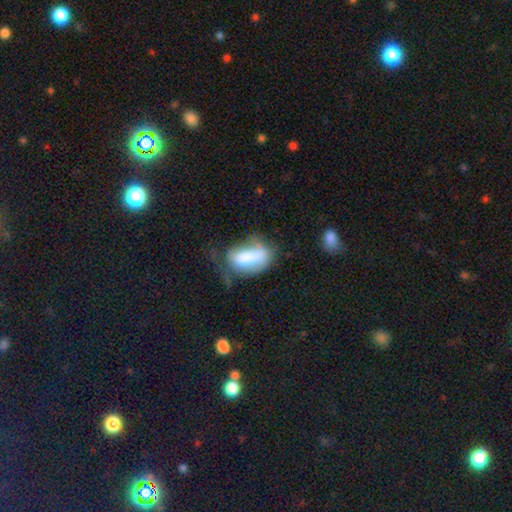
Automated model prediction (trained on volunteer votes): Q: Smooth or featured?
A: smooth (66%); runner-up: featured or disk (26%)
Q: How rounded?
A: in between (87%); runner-up: cigar-shaped (7%)
Q: Merging?
A: major disturbance (33%); runner-up: minor disturbance (29%)